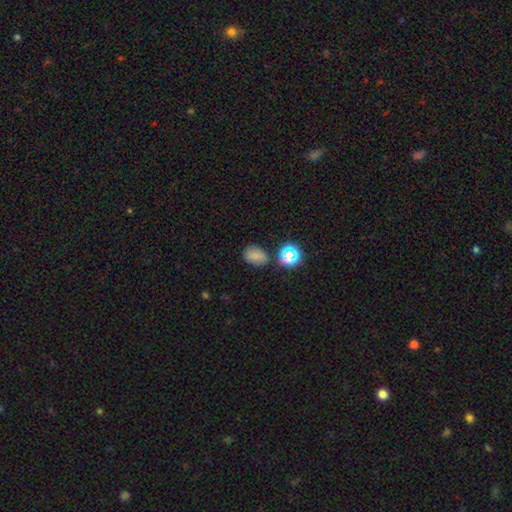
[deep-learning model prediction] smooth_or_featured: smooth (p=0.71) [alt: star or artifact p=0.20]
how_rounded: in between (p=0.71) [alt: round p=0.28]
merging: none (p=0.77) [alt: minor disturbance p=0.14]